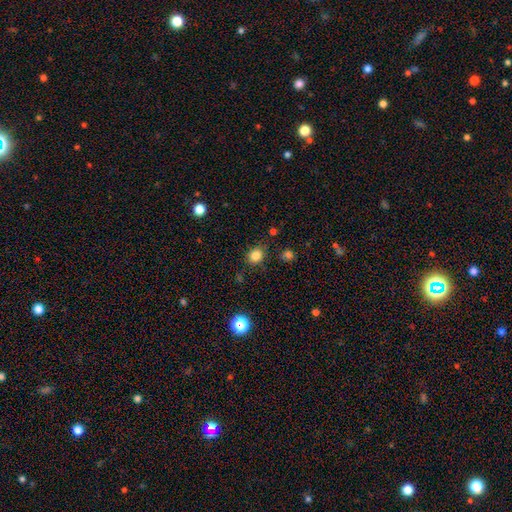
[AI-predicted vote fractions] Overall: smooth (83%). How rounded: round (73%). Merging: none (83%).